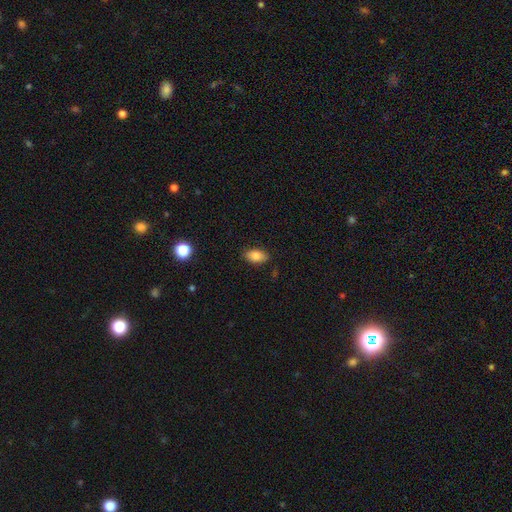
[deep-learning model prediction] Smooth or featured? smooth (83%)
How rounded? in between (91%)
Merging? none (86%)